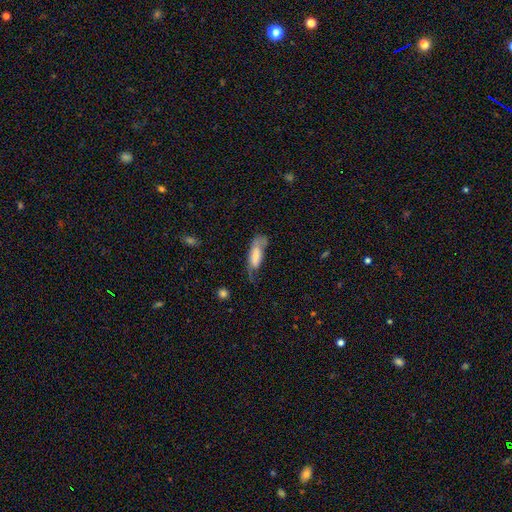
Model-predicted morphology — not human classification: smooth-or-featured: smooth: 65% | featured or disk: 28% | star or artifact: 7%
  how-rounded: in between: 68% | cigar-shaped: 30% | round: 2%
  merging: none: 33% | major disturbance: 32% | minor disturbance: 31% | merger: 5%